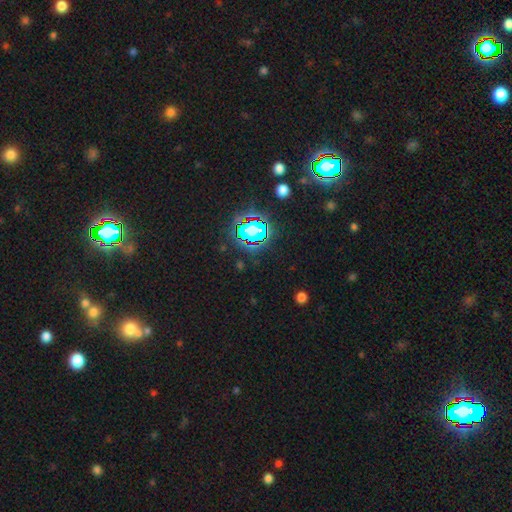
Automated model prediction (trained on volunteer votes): Morphology: type=star or artifact (78%).